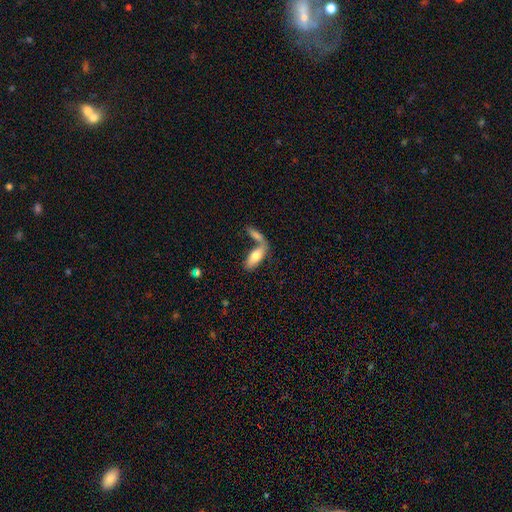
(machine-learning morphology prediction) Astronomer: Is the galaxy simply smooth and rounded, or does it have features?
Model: smooth — 73%.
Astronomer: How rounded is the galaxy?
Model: in between — 74%.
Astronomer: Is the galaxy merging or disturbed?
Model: merger — 54% (runner-up: none, 32%).